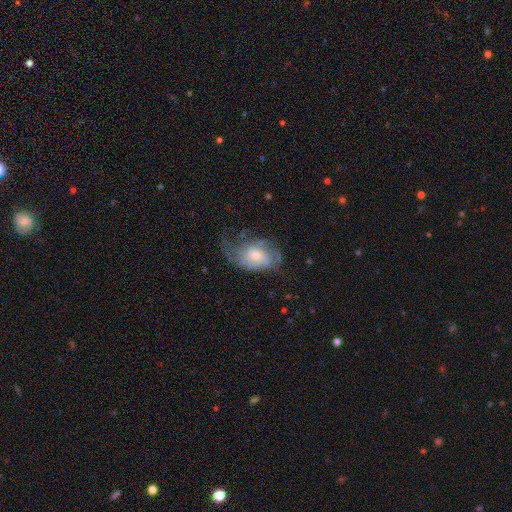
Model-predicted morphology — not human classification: Smooth or featured? featured or disk (66%)
Edge-on disk? no (96%)
Bar? no (72%)
Spiral arms? yes (85%)
Spiral winding? medium (41%)
Spiral arm count? 2 (36%, tied with can't tell)
Bulge size? moderate (48%)
Merging? none (44%)